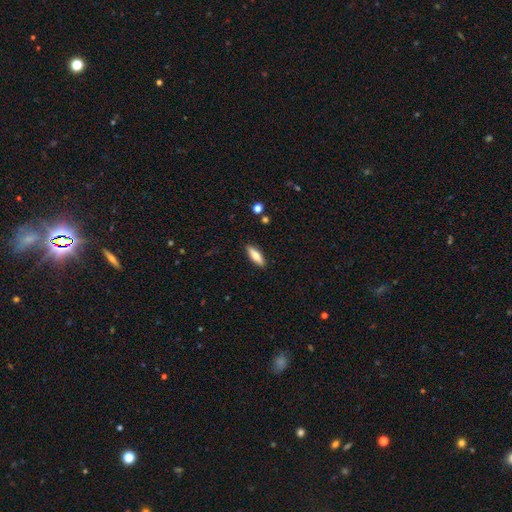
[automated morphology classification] The model was most divided on "how rounded": cigar-shaped: 52%, in between: 46%, round: 2%. More confident: merging — none (89%); smooth or featured — smooth (69%).